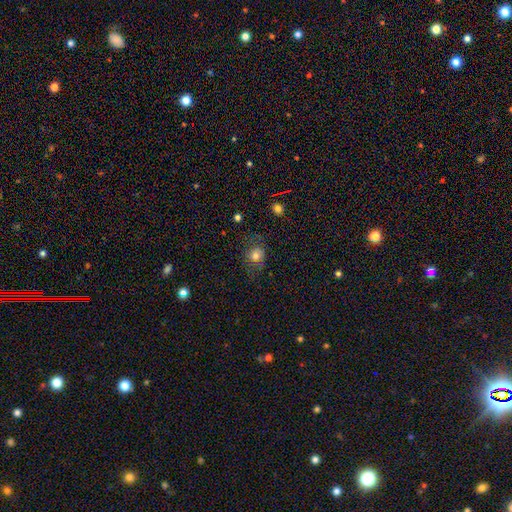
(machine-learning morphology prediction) smooth 74%, featured or disk 15%, star or artifact 11%. Down the decision tree: how rounded — round (71%); merging — none (64%).